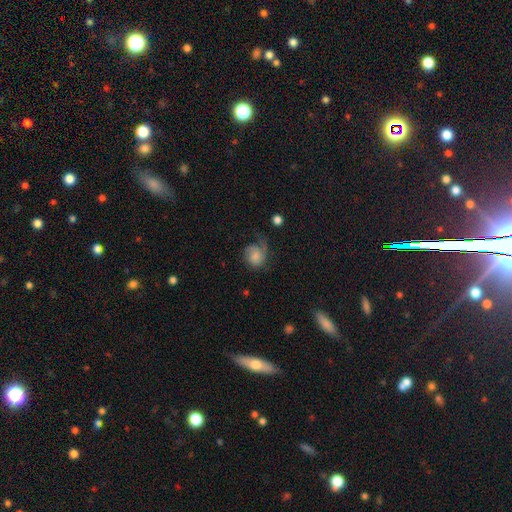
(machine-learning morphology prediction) Smooth or featured?
  - smooth: 48% *
  - featured or disk: 43%
  - star or artifact: 9%
Merging?
  - none: 39% *
  - major disturbance: 31%
  - minor disturbance: 28%
  - merger: 2%